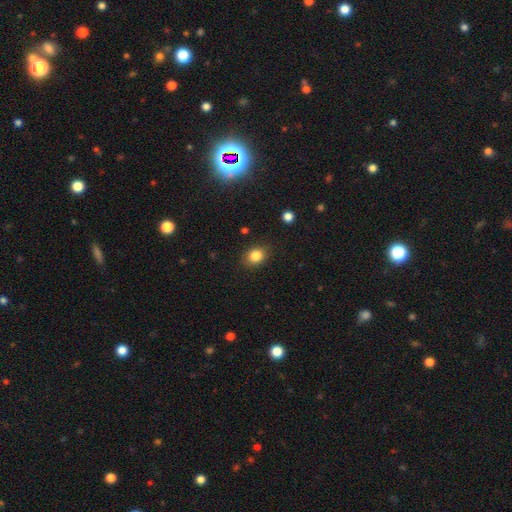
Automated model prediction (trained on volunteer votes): This appears to be a smooth galaxy with no disk features (84%) that is round (55%). Merging: none (86%).